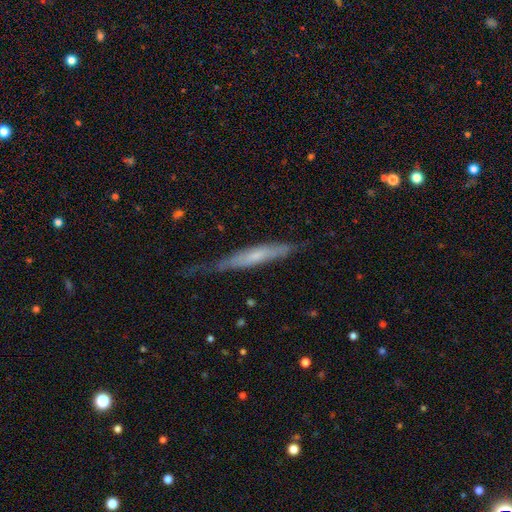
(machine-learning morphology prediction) A featured or disk galaxy (51%) viewed edge-on (79%).

Vote fractions:
- Smooth or featured? featured or disk: 51% / smooth: 43% / star or artifact: 6%
- Edge-on disk? yes: 79% / no: 21%
- Merging? none: 51% / minor disturbance: 32% / major disturbance: 14% / merger: 2%